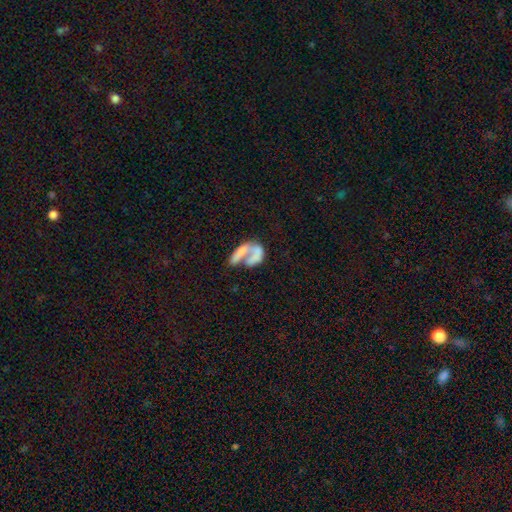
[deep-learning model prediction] Smooth or featured: featured or disk — 48% (smooth — 42%)
Merging: merger — 33% (tied with major disturbance — 33%)